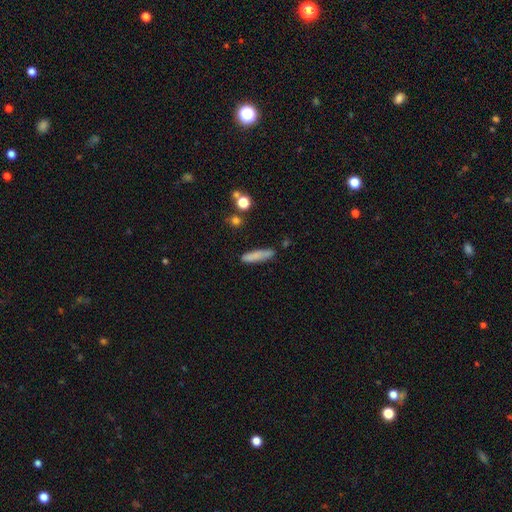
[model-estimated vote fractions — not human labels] smooth-or-featured: smooth: 79% | featured or disk: 13% | star or artifact: 8%
  how-rounded: cigar-shaped: 77% | in between: 20% | round: 2%
  merging: none: 78% | minor disturbance: 16% | merger: 3% | major disturbance: 3%